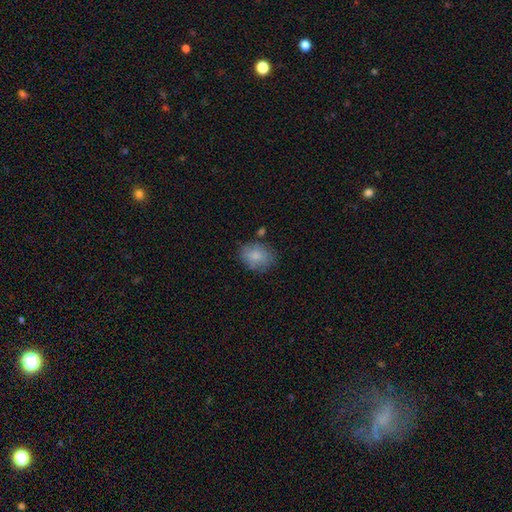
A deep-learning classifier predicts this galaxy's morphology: smooth-or-featured: smooth: 82% | featured or disk: 11% | star or artifact: 8%
  how-rounded: in between: 61% | round: 38% | cigar-shaped: 1%
  merging: none: 70% | minor disturbance: 20% | major disturbance: 6% | merger: 5%